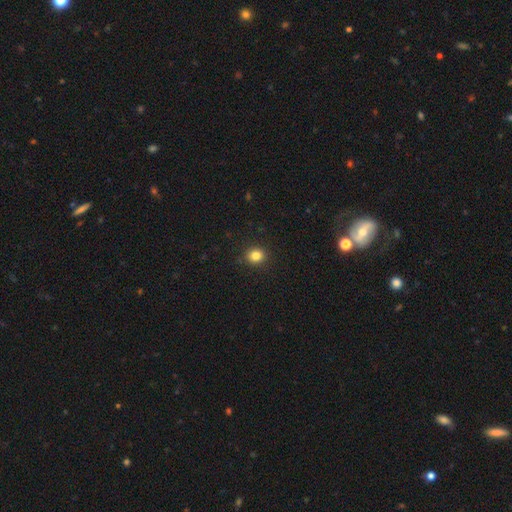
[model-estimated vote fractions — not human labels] A smooth galaxy with no disk features (84%) that is round (75%).

Vote fractions:
- Smooth or featured? smooth: 84% / star or artifact: 11% / featured or disk: 5%
- How rounded? round: 75% / in between: 24% / cigar-shaped: 1%
- Merging? none: 90% / minor disturbance: 7% / major disturbance: 2% / merger: 1%